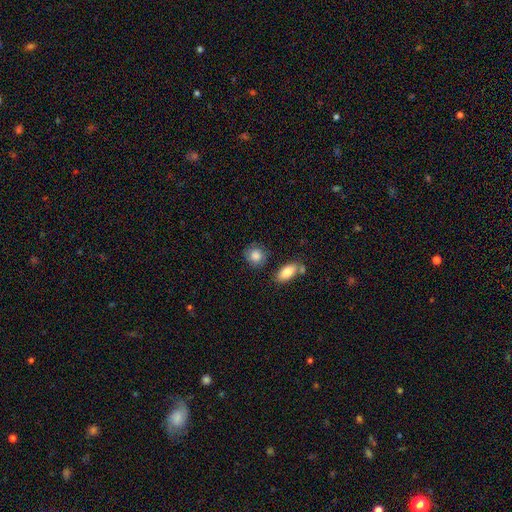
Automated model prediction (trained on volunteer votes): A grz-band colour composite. It shows a smooth galaxy with no disk features (83%) that is round (73%). Merging: none (74%).